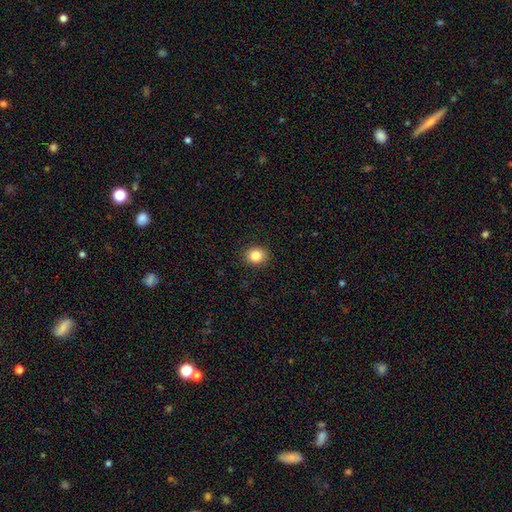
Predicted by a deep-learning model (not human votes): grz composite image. It shows a smooth galaxy with no disk features (85%) that is round (72%). Merging: none (91%).